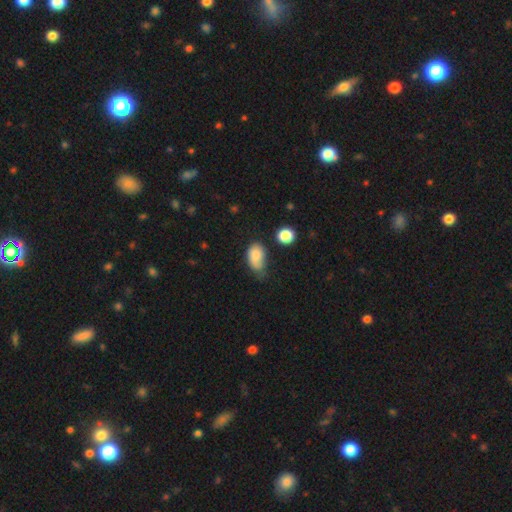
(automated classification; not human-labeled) Overall: smooth (82%). How rounded: in between (87%). Merging: minor disturbance (44%; none 35%).